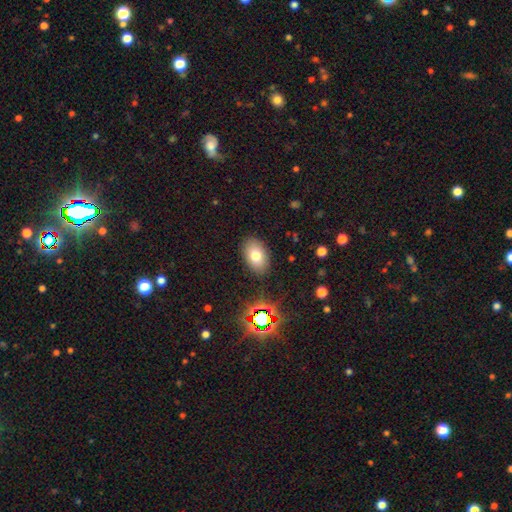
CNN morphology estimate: Smooth or featured? smooth (74%)
How rounded? in between (87%)
Merging? none (86%)